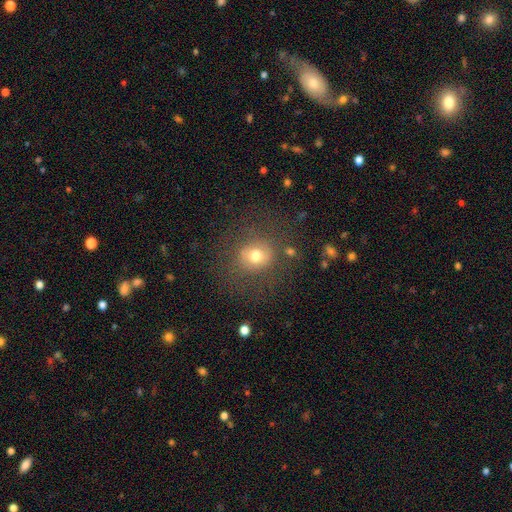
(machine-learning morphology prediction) This is likely a smooth galaxy (69%). How rounded: clearly round (80%). Merging: likely none (72%).